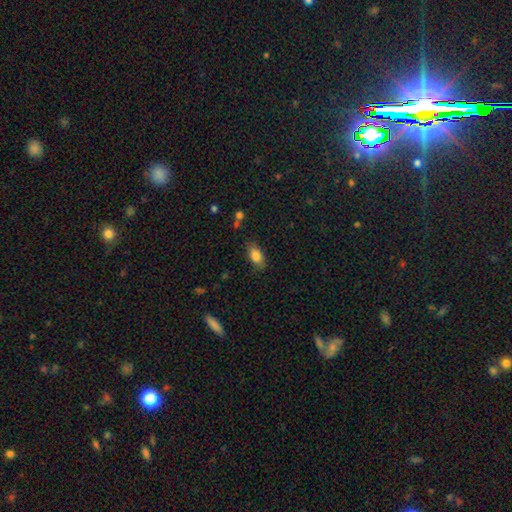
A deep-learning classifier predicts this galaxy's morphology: Smooth or featured?
  - smooth: 83% *
  - featured or disk: 10%
  - star or artifact: 8%
How rounded?
  - in between: 88% *
  - cigar-shaped: 6%
  - round: 6%
Merging?
  - none: 81% *
  - minor disturbance: 14%
  - major disturbance: 3%
  - merger: 2%